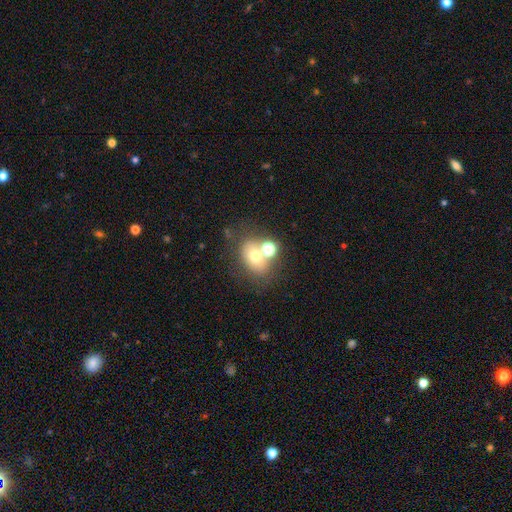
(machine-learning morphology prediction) Smooth or featured? Predicted: smooth (p=0.64). How rounded? Predicted: in between (p=0.52). Merging? Predicted: none (p=0.52).